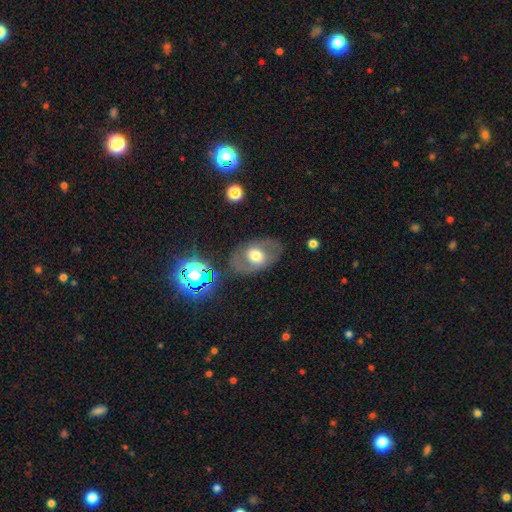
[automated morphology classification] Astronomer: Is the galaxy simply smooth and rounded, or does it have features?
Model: smooth — 46% (runner-up: featured or disk, 43%).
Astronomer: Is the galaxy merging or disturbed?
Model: none — 74%.